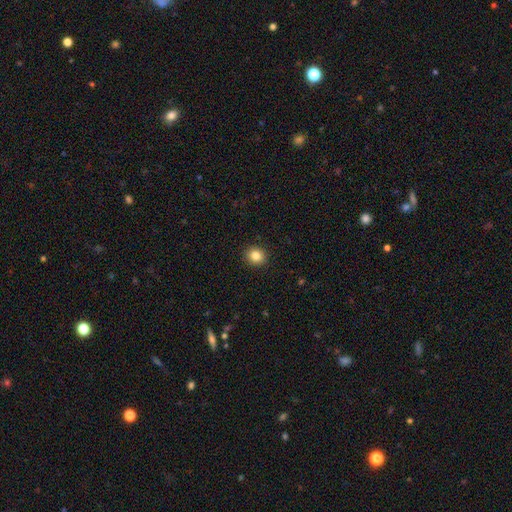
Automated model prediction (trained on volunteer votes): This is clearly a smooth galaxy (85%). How rounded: clearly round (80%). Merging: clearly none (92%).